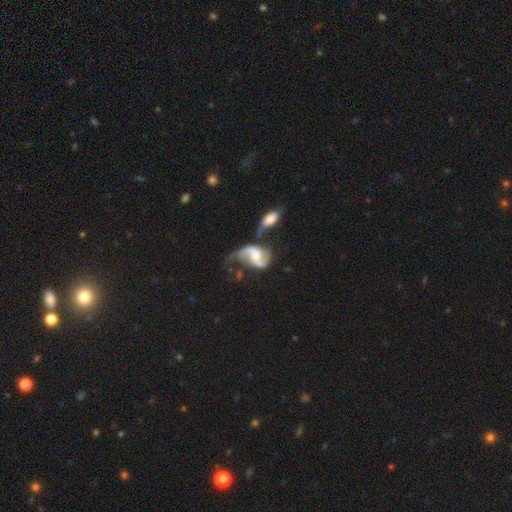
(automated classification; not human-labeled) Smooth or featured?
  - featured or disk: 85% *
  - smooth: 10%
  - star or artifact: 5%
Edge-on disk?
  - no: 97% *
  - yes: 3%
Bar?
  - weak: 41% *
  - no: 40%
  - strong: 19%
Spiral arms?
  - yes: 94% *
  - no: 6%
Spiral winding?
  - loose: 64% *
  - medium: 29%
  - tight: 7%
Spiral arm count?
  - 2: 85% *
  - 1: 8%
  - can't tell: 4%
  - 3: 1%
  - 4: 1%
  - more than 4: 1%
Bulge size?
  - moderate: 60% *
  - small: 29%
  - large: 6%
  - none: 3%
  - dominant: 1%
Merging?
  - merger: 36% *
  - none: 28%
  - major disturbance: 19%
  - minor disturbance: 16%